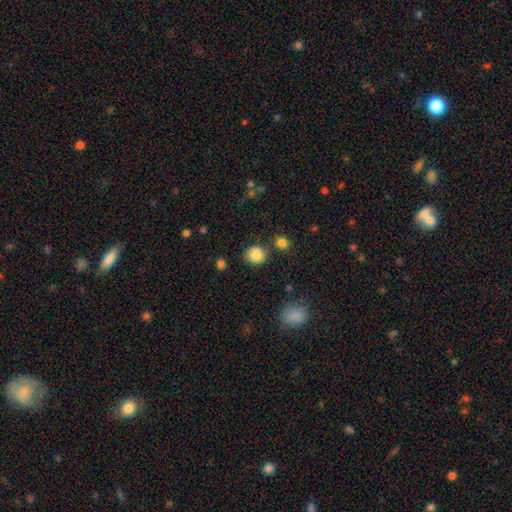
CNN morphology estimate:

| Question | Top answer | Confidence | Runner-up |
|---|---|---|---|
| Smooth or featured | smooth | 85% | star or artifact (10%) |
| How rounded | round | 81% | in between (18%) |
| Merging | none | 77% | minor disturbance (13%) |